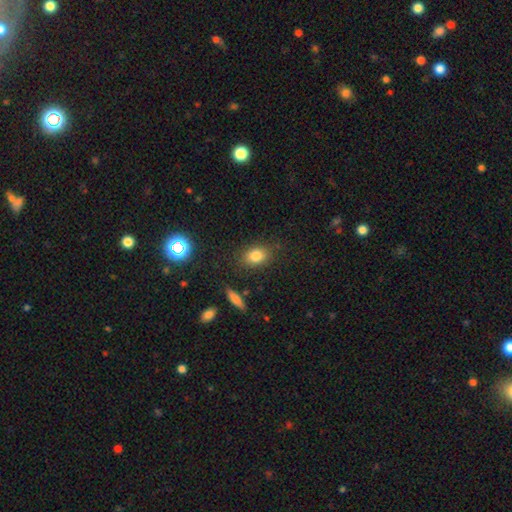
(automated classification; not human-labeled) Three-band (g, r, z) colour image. It shows a smooth galaxy with no disk features (81%) that is in between round and cigar-shaped (71%). Merging: none (82%).